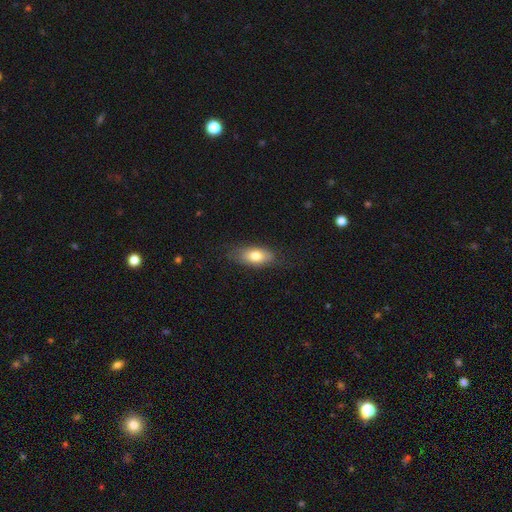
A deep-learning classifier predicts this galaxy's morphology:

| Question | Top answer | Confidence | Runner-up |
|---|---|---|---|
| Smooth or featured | smooth | 75% | featured or disk (18%) |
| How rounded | in between | 85% | cigar-shaped (9%) |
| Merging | none | 75% | minor disturbance (19%) |